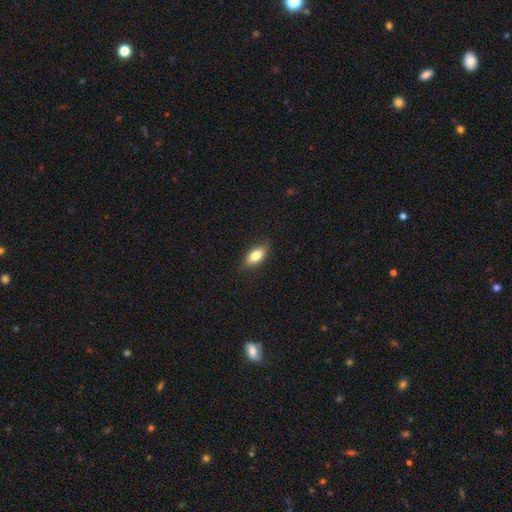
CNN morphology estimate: A smooth galaxy with no disk features (80%) that is in between round and cigar-shaped (87%). Merging: none (83%).